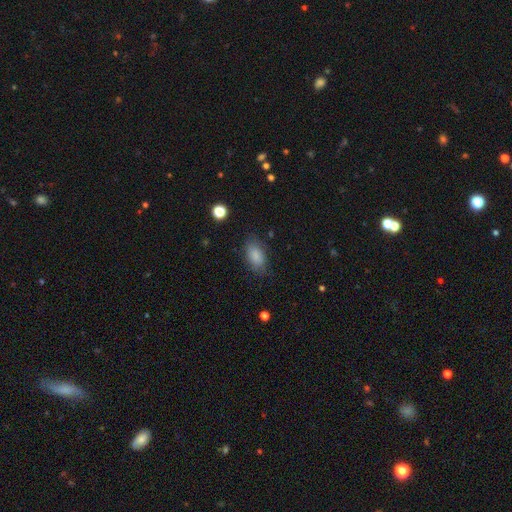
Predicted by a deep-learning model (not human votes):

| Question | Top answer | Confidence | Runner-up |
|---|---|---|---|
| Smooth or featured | smooth | 85% | star or artifact (8%) |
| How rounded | in between | 91% | round (6%) |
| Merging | none | 77% | minor disturbance (16%) |